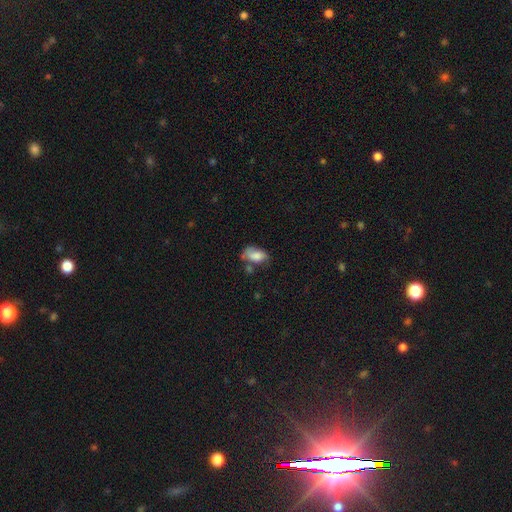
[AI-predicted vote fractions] This appears to be a smooth galaxy with no disk features (71%) that is in between round and cigar-shaped (90%). Merging: none (38%).